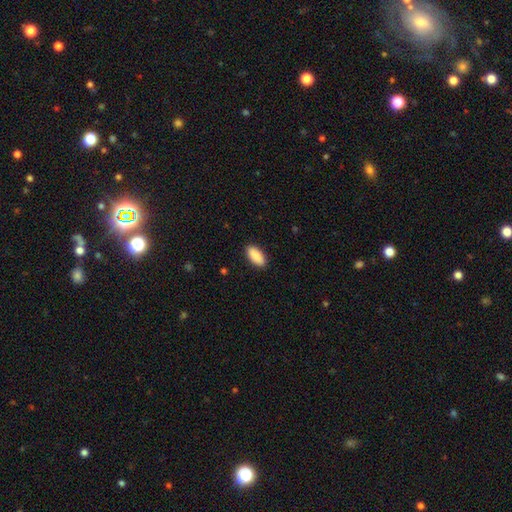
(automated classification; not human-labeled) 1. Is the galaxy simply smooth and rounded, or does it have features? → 90% smooth, 6% star or artifact, 4% featured or disk.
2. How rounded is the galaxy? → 89% in between, 9% cigar-shaped, 2% round.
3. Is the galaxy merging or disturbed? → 90% none, 7% minor disturbance, 2% major disturbance, 1% merger.